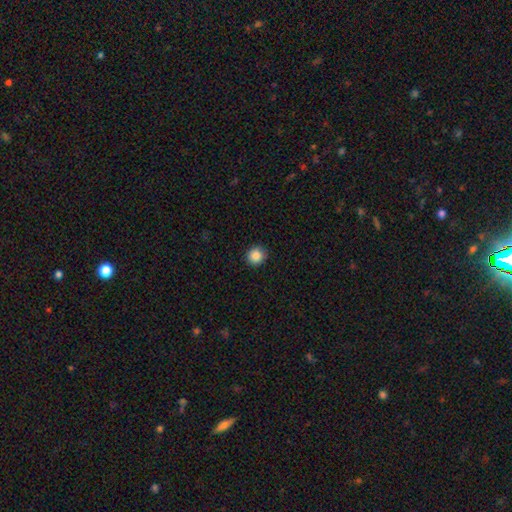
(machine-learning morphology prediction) The model was most divided on "smooth or featured": smooth: 88%, star or artifact: 9%, featured or disk: 3%. More confident: how rounded — round (92%); merging — none (91%).